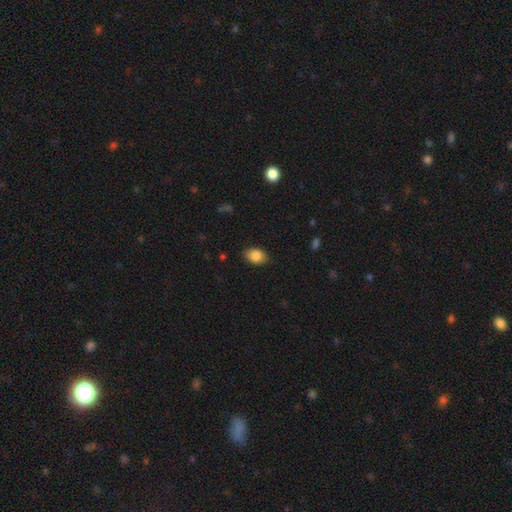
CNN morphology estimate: Smooth or featured? smooth (86%)
How rounded? in between (83%)
Merging? none (84%)